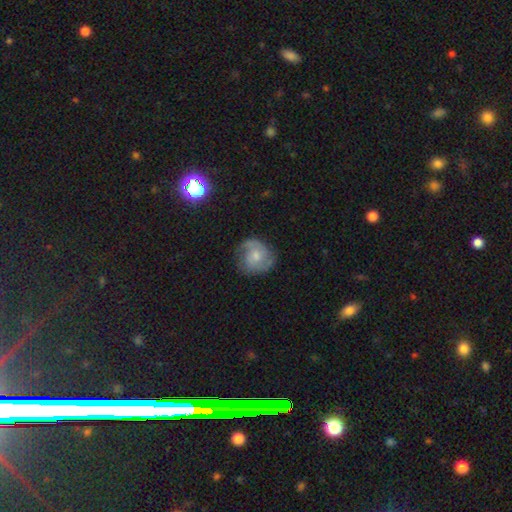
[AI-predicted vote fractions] featured or disk 67%, smooth 26%, star or artifact 7%. Down the decision tree: edge-on disk — no (98%); bar — no (68%); spiral arms — yes (92%); spiral arm count — 2 (64%); spiral winding — medium (45%); bulge size — moderate (47%); merging — none (72%).